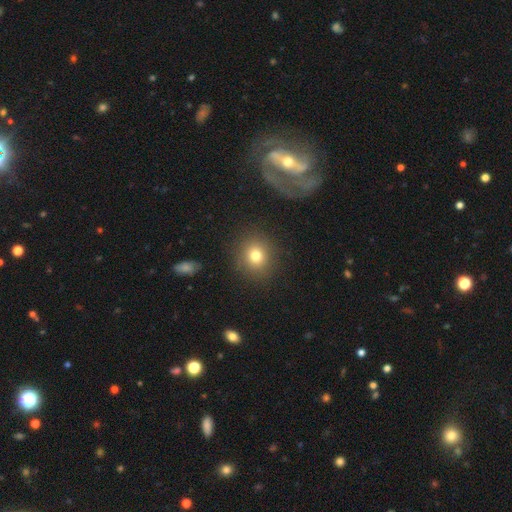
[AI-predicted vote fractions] smooth_or_featured: smooth (p=0.77) [alt: star or artifact p=0.13]
how_rounded: round (p=0.84) [alt: in between p=0.15]
merging: none (p=0.87) [alt: minor disturbance p=0.08]